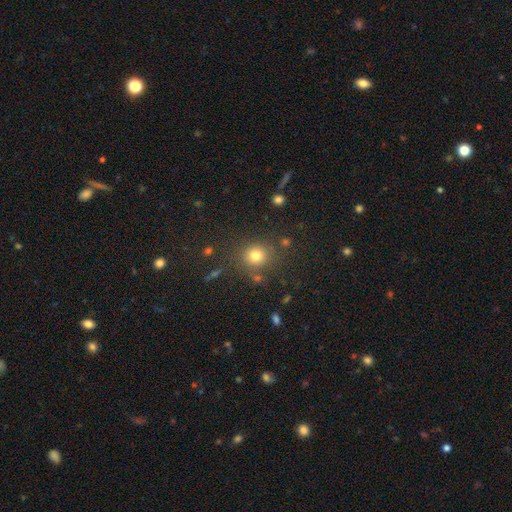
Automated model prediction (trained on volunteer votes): This appears to be a smooth galaxy with no disk features (77%) that is round (87%). Merging: none (79%).